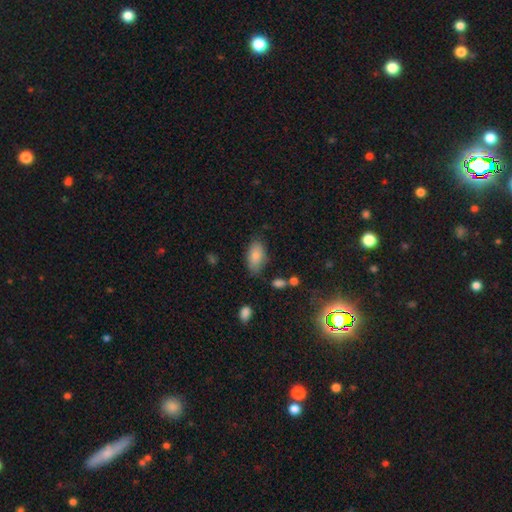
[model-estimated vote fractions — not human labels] Smooth or featured: smooth — 84% (featured or disk — 8%)
How rounded: in between — 93% (round — 4%)
Merging: none — 70% (minor disturbance — 21%)